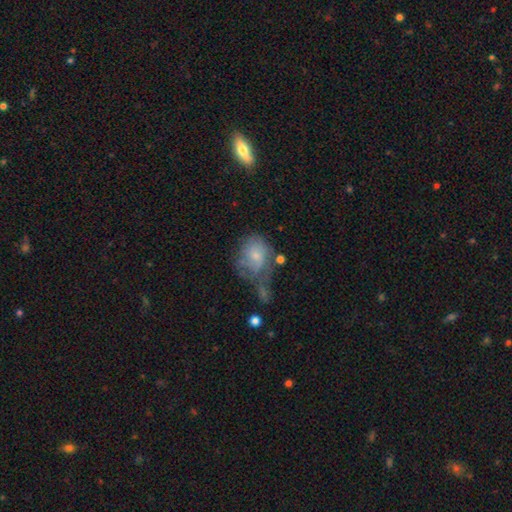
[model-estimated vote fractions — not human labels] The model was most divided on "how rounded": in between: 53%, round: 46%, cigar-shaped: 1%. Remaining: smooth or featured — smooth (58%); merging — major disturbance (32%).